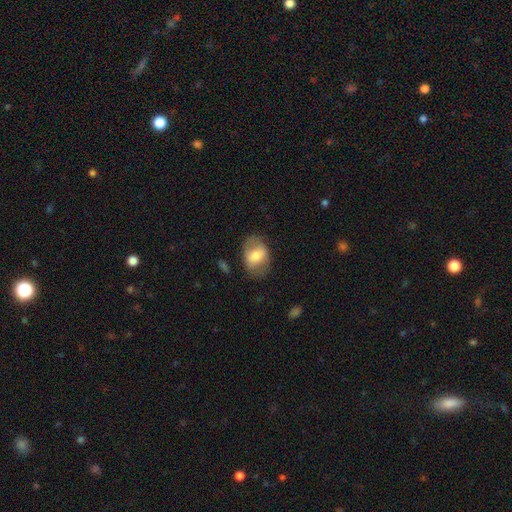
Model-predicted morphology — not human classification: smooth 56%, featured or disk 37%, star or artifact 7%. Down the decision tree: how rounded — in between (76%); merging — none (70%).